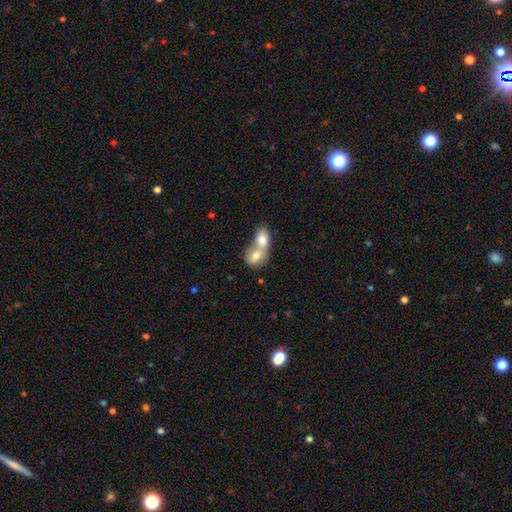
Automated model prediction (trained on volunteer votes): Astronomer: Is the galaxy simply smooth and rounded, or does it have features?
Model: smooth — 77%.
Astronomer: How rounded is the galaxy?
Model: in between — 54% (runner-up: round, 44%).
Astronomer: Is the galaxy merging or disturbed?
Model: merger — 78%.